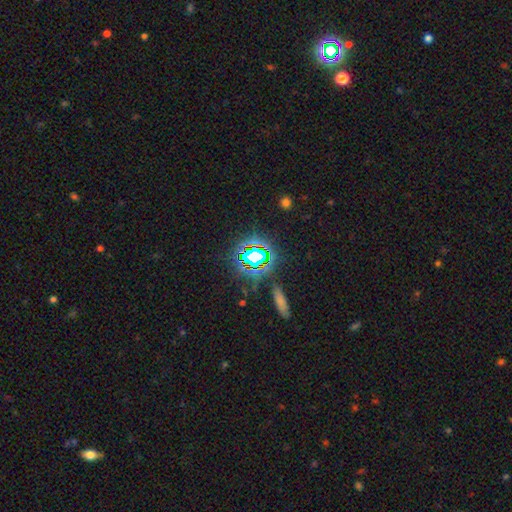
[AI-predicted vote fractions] Q: Smooth or featured?
A: star or artifact (71%); runner-up: smooth (18%)